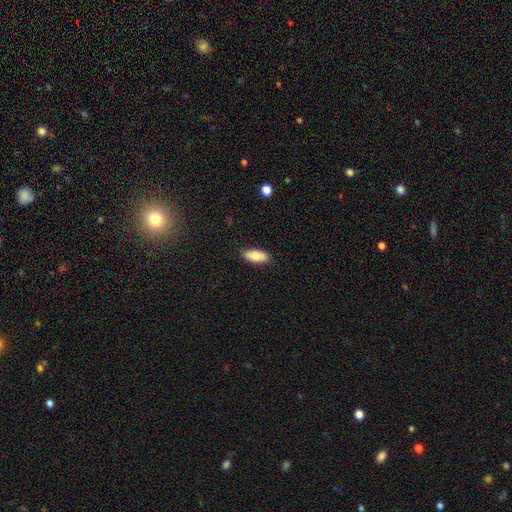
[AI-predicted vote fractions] Q: Smooth or featured?
A: smooth (72%); runner-up: featured or disk (21%)
Q: How rounded?
A: in between (86%); runner-up: cigar-shaped (12%)
Q: Merging?
A: none (86%); runner-up: minor disturbance (11%)